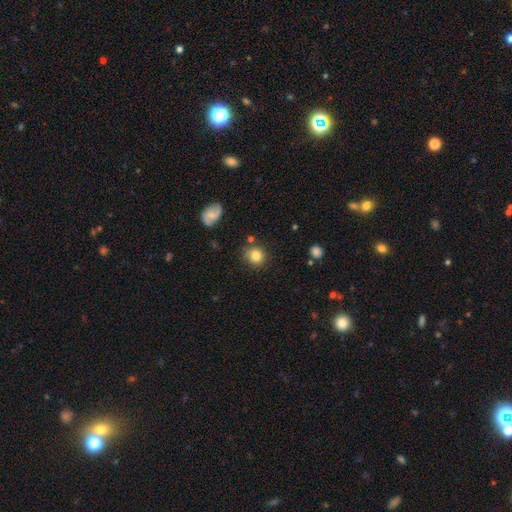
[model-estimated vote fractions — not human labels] smooth 81%, star or artifact 10%, featured or disk 9%. Down the decision tree: how rounded — round (87%); merging — none (77%).